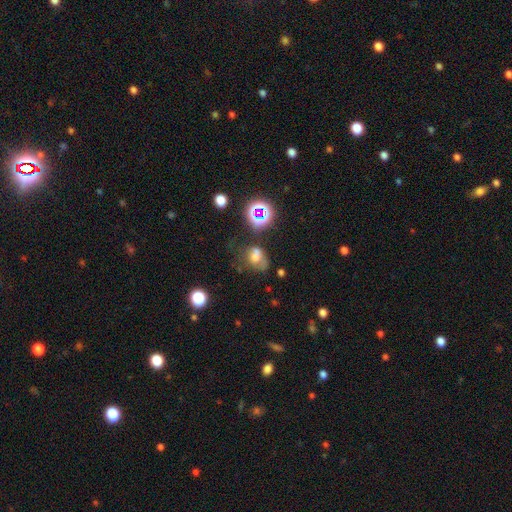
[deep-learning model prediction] Smooth or featured: smooth — 55% (star or artifact — 23%)
How rounded: in between — 59% (round — 40%)
Merging: none — 33% (major disturbance — 24%)